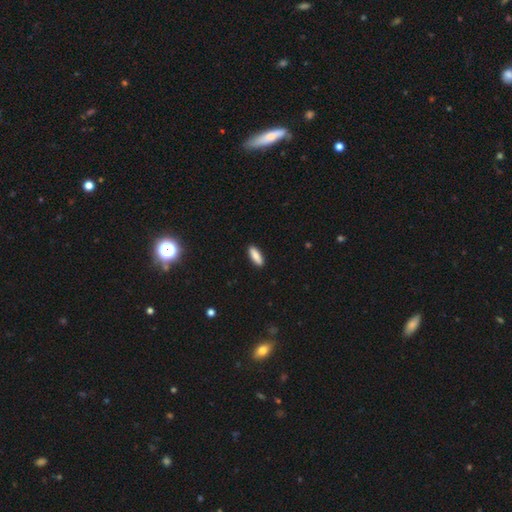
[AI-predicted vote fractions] smooth_or_featured: smooth (p=0.85) [alt: featured or disk p=0.09]
how_rounded: in between (p=0.56) [alt: cigar-shaped p=0.42]
merging: none (p=0.90) [alt: minor disturbance p=0.07]